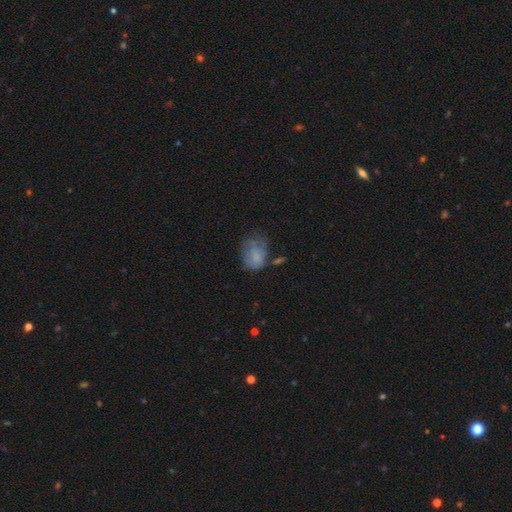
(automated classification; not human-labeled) Smooth or featured?
  - smooth: 67% *
  - featured or disk: 23%
  - star or artifact: 11%
How rounded?
  - in between: 61% *
  - round: 38%
  - cigar-shaped: 1%
Merging?
  - none: 36% *
  - minor disturbance: 30%
  - major disturbance: 27%
  - merger: 7%